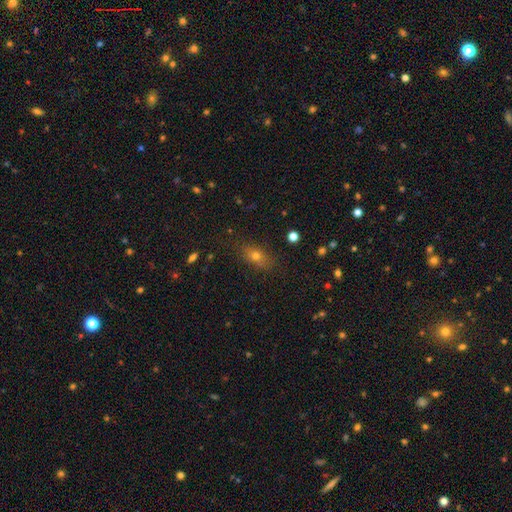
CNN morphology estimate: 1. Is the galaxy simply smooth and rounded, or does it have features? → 65% smooth, 19% star or artifact, 16% featured or disk.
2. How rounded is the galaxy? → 70% in between, 21% round, 10% cigar-shaped.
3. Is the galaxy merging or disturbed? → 82% none, 12% minor disturbance, 4% major disturbance, 2% merger.